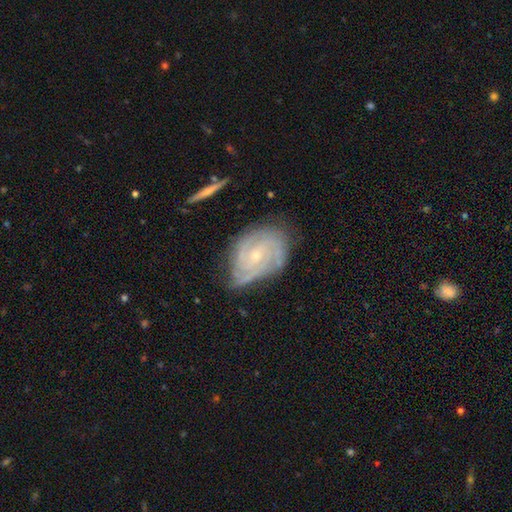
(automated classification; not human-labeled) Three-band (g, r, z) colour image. It shows a featured or disk galaxy (84%) with no bar (61%), 3 (30%) tight (65%) spiral arms (96%) and a small central bulge (69%). Merging: none (63%).